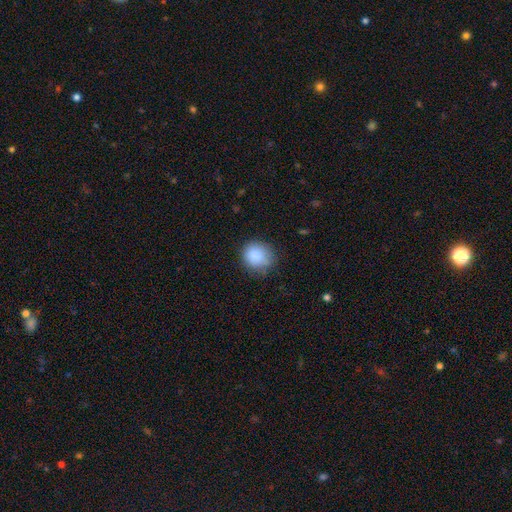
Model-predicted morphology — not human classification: Smooth or featured?
  - smooth: 87% *
  - star or artifact: 8%
  - featured or disk: 5%
How rounded?
  - round: 79% *
  - in between: 20%
  - cigar-shaped: 1%
Merging?
  - none: 75% *
  - minor disturbance: 18%
  - major disturbance: 5%
  - merger: 2%